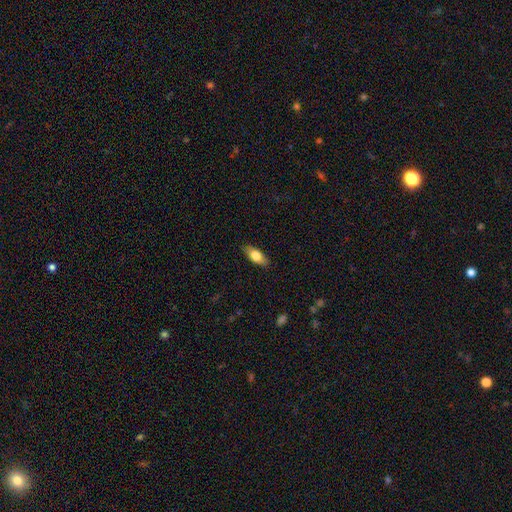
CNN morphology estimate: type=smooth (75%); roundness=in between (78%); merging=none (86%).